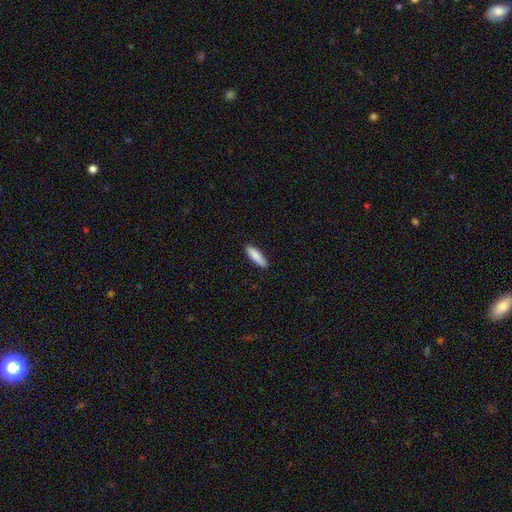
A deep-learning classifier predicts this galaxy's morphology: Smooth or featured? Predicted: smooth (p=0.88). How rounded? Predicted: cigar-shaped (p=0.60). Merging? Predicted: none (p=0.89).